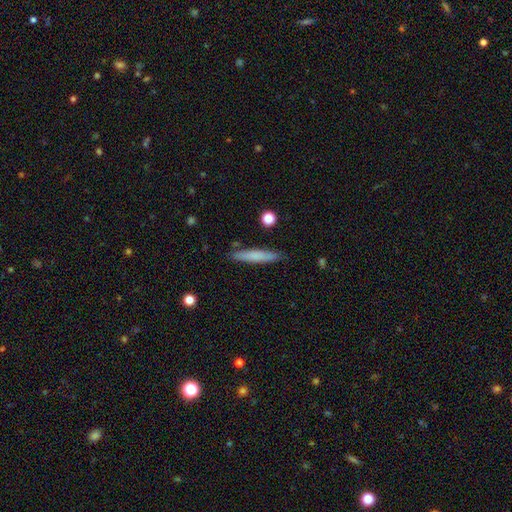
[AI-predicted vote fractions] The model was most divided on "smooth or featured": smooth: 72%, featured or disk: 22%, star or artifact: 6%. More confident: how rounded — cigar-shaped (93%); merging — none (87%).